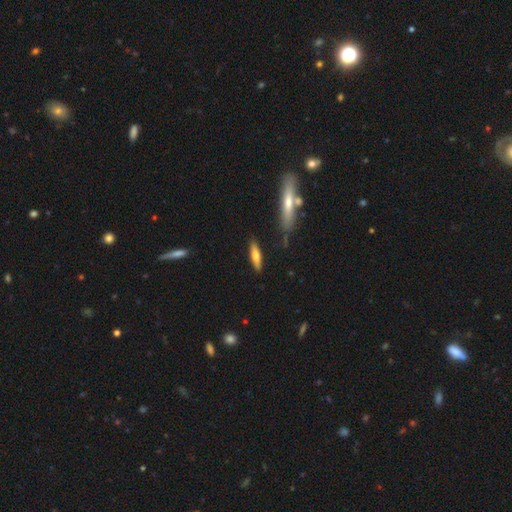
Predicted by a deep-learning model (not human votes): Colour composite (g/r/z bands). It shows a smooth galaxy with no disk features (63%) that is cigar-shaped (67%). Merging: none (85%).